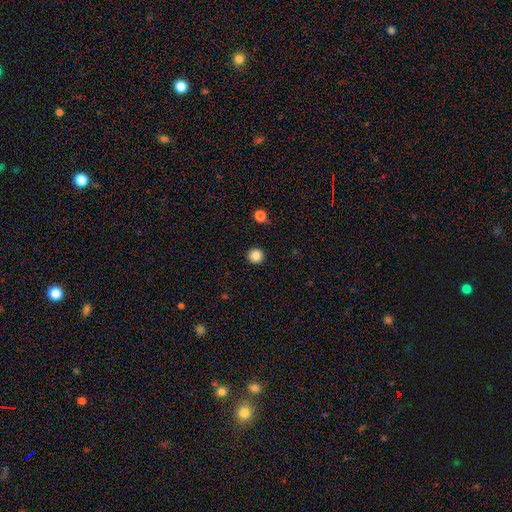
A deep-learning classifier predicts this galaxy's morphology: Q: Smooth or featured?
A: smooth (87%); runner-up: star or artifact (10%)
Q: How rounded?
A: round (96%); runner-up: in between (3%)
Q: Merging?
A: none (92%); runner-up: minor disturbance (5%)